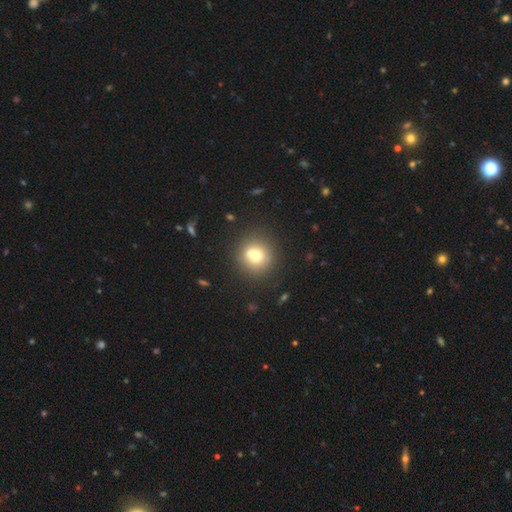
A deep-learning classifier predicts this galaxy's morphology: The model was most divided on "smooth or featured": smooth: 69%, featured or disk: 17%, star or artifact: 13%. More confident: how rounded — round (91%); merging — none (73%).